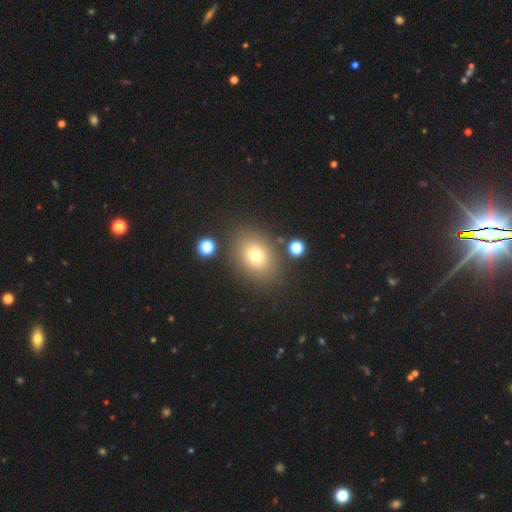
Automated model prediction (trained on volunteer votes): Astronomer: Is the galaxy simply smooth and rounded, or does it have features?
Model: smooth — 73%.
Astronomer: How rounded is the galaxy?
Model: in between — 61% (runner-up: round, 38%).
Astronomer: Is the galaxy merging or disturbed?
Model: none — 81%.